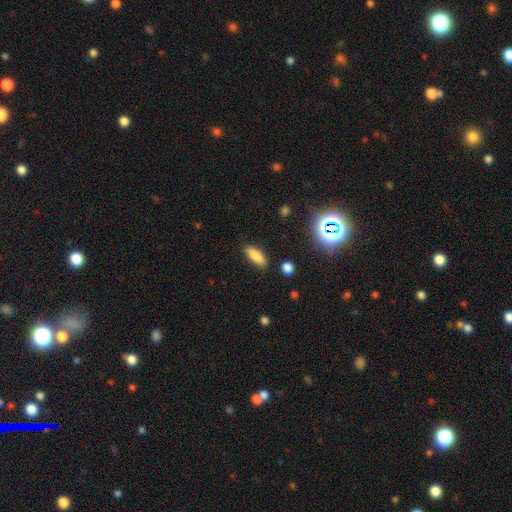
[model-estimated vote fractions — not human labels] Overall: smooth (82%). How rounded: in between (63%; cigar-shaped 34%). Merging: none (86%).